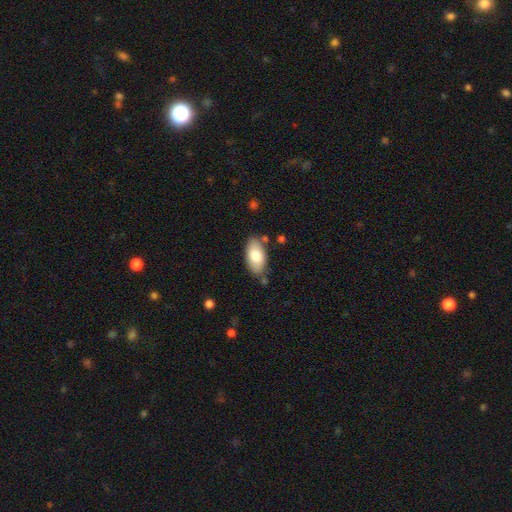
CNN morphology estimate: This appears to be a smooth galaxy with no disk features (77%) that is in between round and cigar-shaped (94%). Merging: none (77%).